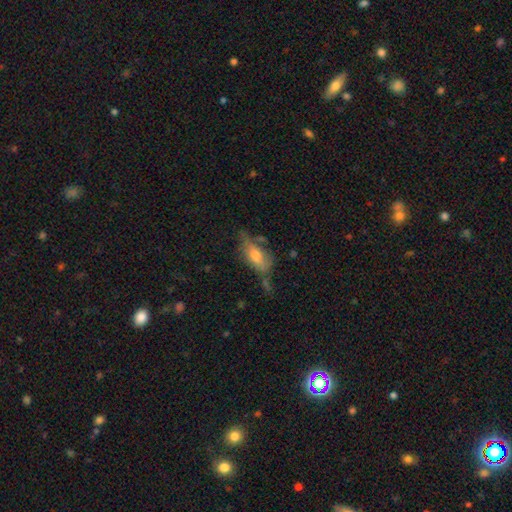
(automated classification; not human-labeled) This appears to be a smooth galaxy with no disk features (56%) that is in between round and cigar-shaped (74%). Merging: none (47%).